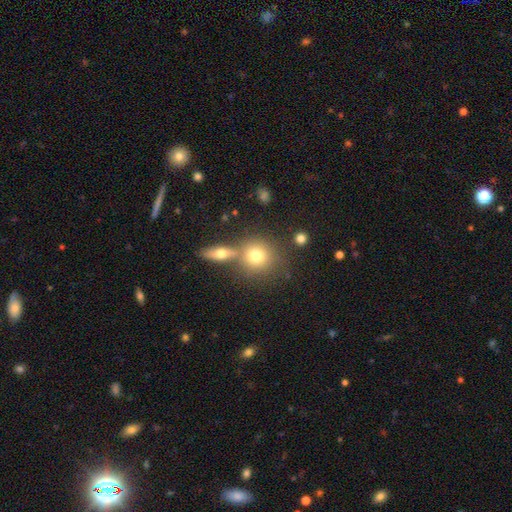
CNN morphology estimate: Overall: smooth (74%). How rounded: round (85%). Merging: none (58%; merger 29%).